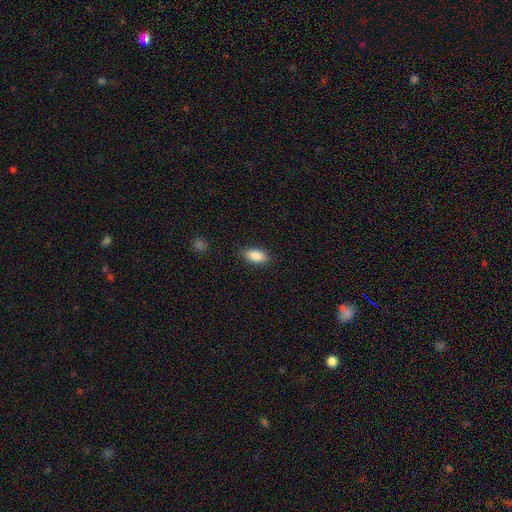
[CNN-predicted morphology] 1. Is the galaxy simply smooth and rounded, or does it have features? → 87% smooth, 7% star or artifact, 6% featured or disk.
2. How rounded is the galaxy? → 90% in between, 6% cigar-shaped, 4% round.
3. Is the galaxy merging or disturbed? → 86% none, 11% minor disturbance, 3% major disturbance, 1% merger.